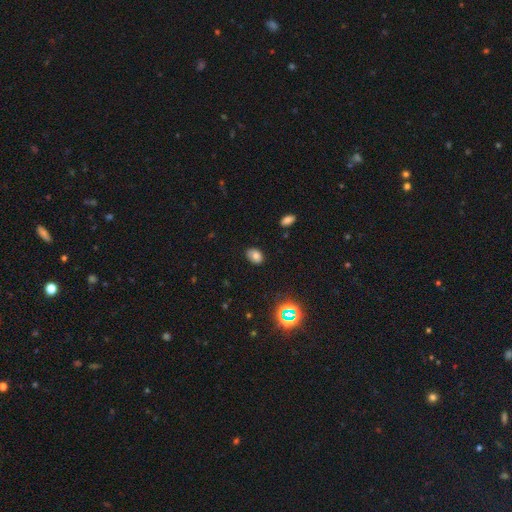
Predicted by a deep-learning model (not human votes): Smooth or featured? smooth (71%)
How rounded? in between (75%)
Merging? none (80%)